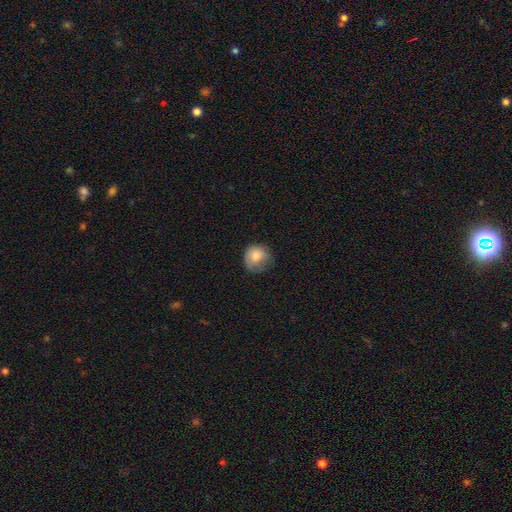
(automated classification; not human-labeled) Q: Smooth or featured?
A: smooth (80%); runner-up: featured or disk (12%)
Q: How rounded?
A: round (83%); runner-up: in between (16%)
Q: Merging?
A: none (54%); runner-up: minor disturbance (31%)